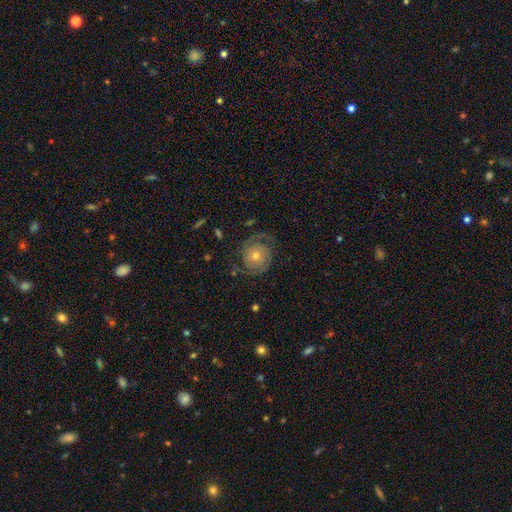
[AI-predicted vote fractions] This is clearly a featured or disk galaxy (83%). It is clearly not viewed edge-on (98%). Bar: likely no (76%). Spiral arm pattern: clearly yes (96%). Spiral arm count: clearly 2 (83%). Spiral winding: possibly tight (53%). Central bulge: possibly moderate (56%). Merging: likely none (77%).